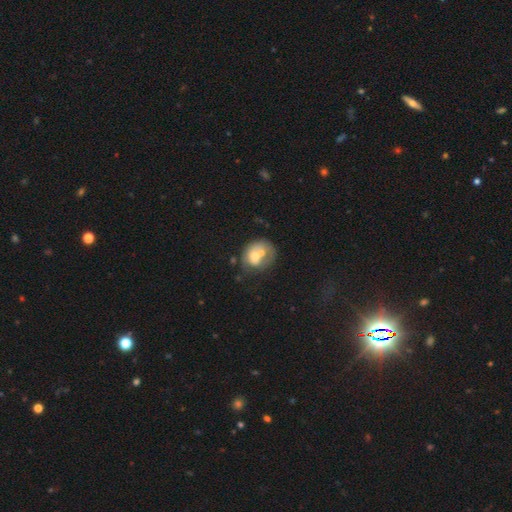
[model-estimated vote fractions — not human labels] This appears to be a smooth galaxy with no disk features (55%) that is round (63%). Merging: merger (48%).